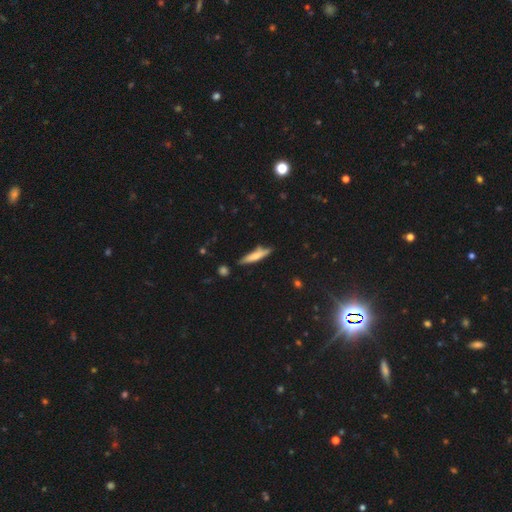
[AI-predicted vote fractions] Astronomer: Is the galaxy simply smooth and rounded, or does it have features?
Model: smooth — 62%.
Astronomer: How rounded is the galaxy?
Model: cigar-shaped — 86%.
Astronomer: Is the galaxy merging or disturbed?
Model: none — 78%.